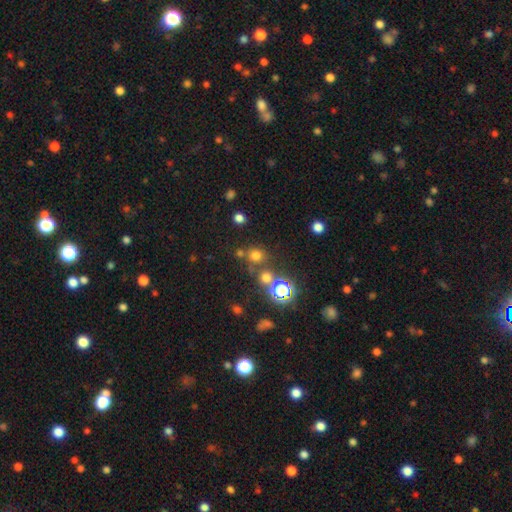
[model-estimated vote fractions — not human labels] Smooth or featured? smooth (66%)
How rounded? round (88%)
Merging? none (69%)